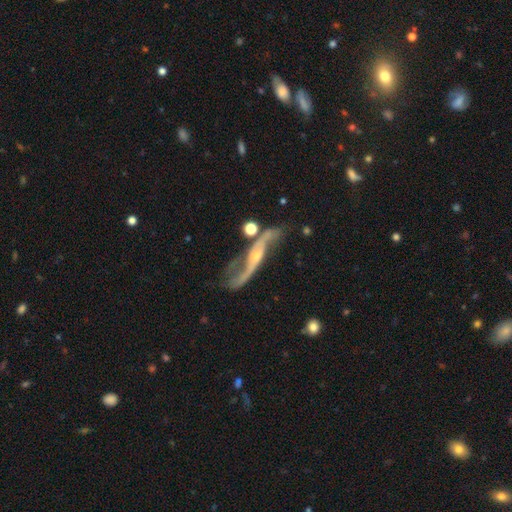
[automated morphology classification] Smooth or featured? featured or disk (88%)
Edge-on disk? no (73%)
Bar? no (46%)
Spiral arms? yes (94%)
Spiral winding? loose (79%)
Spiral arm count? 2 (90%)
Bulge size? small (56%)
Merging? none (57%)